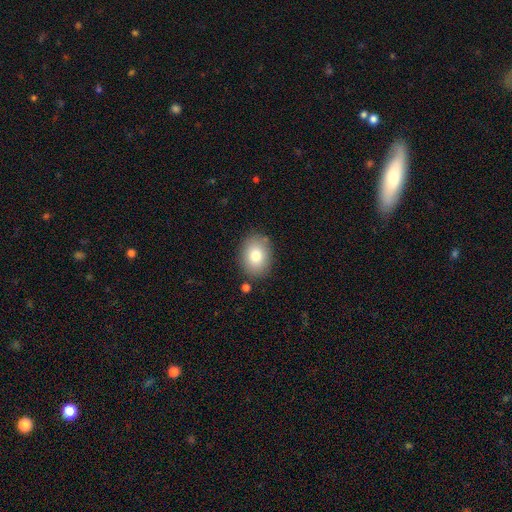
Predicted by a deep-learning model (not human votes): smooth-or-featured: smooth: 79% | featured or disk: 12% | star or artifact: 9%
  how-rounded: in between: 63% | round: 36% | cigar-shaped: 1%
  merging: none: 85% | minor disturbance: 10% | major disturbance: 3% | merger: 3%